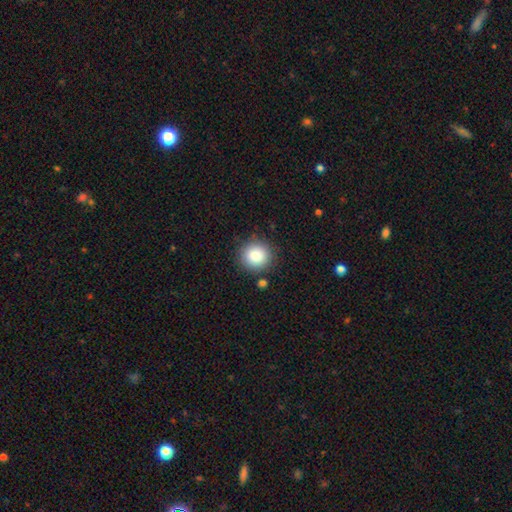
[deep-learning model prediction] This appears to be a smooth galaxy with no disk features (86%) that is round (91%). Merging: none (86%).